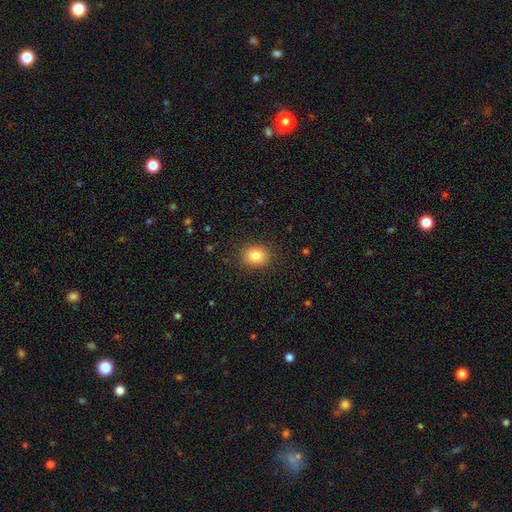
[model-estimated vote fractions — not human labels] This appears to be a smooth galaxy with no disk features (84%) that is round (59%). Merging: none (88%).